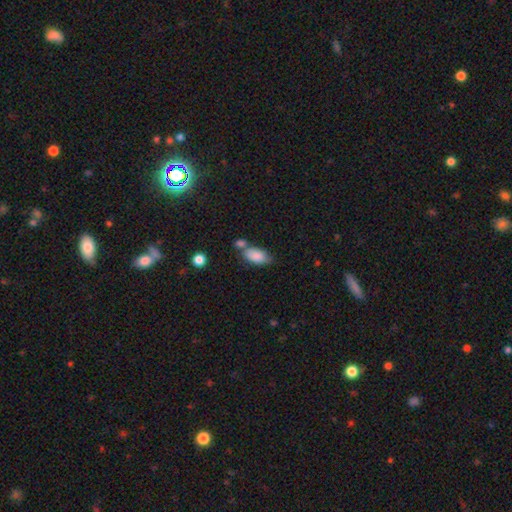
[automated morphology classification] Smooth or featured: smooth — 85% (featured or disk — 8%)
How rounded: in between — 92% (cigar-shaped — 4%)
Merging: none — 47% (merger — 29%)